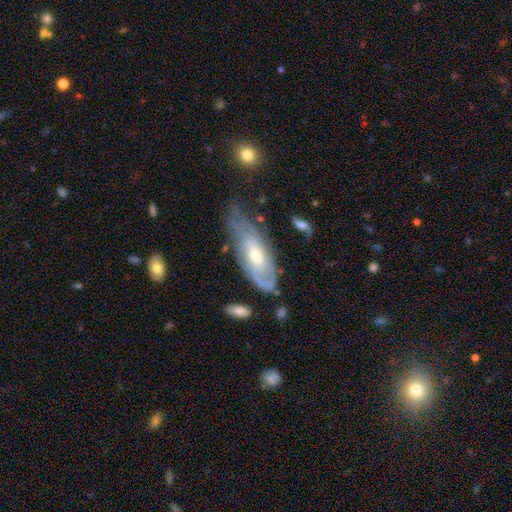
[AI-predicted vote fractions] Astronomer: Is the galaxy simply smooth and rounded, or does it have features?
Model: featured or disk — 72%.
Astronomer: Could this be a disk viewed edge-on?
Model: no — 84%.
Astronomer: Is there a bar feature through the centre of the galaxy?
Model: no — 67%.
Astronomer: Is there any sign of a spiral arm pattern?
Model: yes — 82%.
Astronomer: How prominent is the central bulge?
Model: moderate — 60%.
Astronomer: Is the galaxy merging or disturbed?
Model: none — 56%.